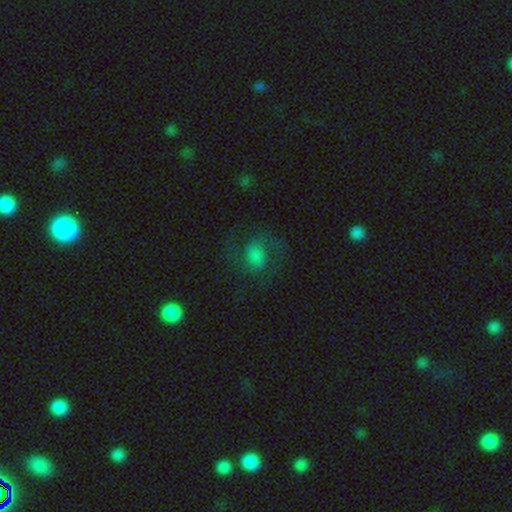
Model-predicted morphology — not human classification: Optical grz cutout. It shows a smooth galaxy with no disk features (48%). Merging: none (61%).